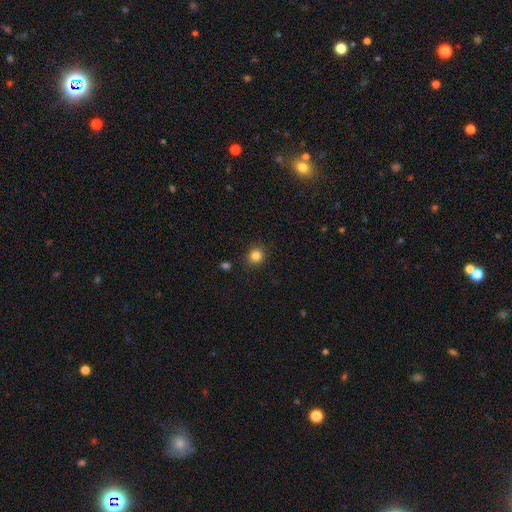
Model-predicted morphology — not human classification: A smooth galaxy with no disk features (84%) that is round (90%).

Vote fractions:
- Smooth or featured? smooth: 84% / star or artifact: 12% / featured or disk: 4%
- How rounded? round: 90% / in between: 9% / cigar-shaped: 1%
- Merging? none: 89% / minor disturbance: 7% / major disturbance: 2% / merger: 2%